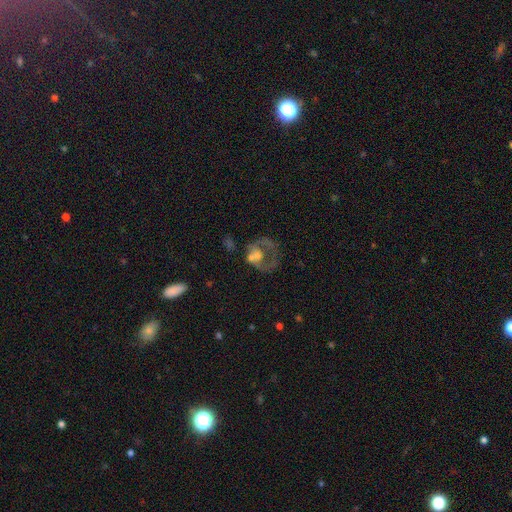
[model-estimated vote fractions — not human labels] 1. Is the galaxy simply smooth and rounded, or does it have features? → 59% featured or disk, 30% smooth, 11% star or artifact.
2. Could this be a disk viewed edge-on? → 97% no, 3% yes.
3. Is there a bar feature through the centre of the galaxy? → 83% no, 13% weak, 4% strong.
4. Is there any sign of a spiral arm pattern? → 74% no, 26% yes.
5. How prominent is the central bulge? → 46% moderate, 23% small, 19% none, 9% large, 2% dominant.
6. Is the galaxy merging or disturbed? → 32% none, 29% major disturbance, 22% merger, 16% minor disturbance.